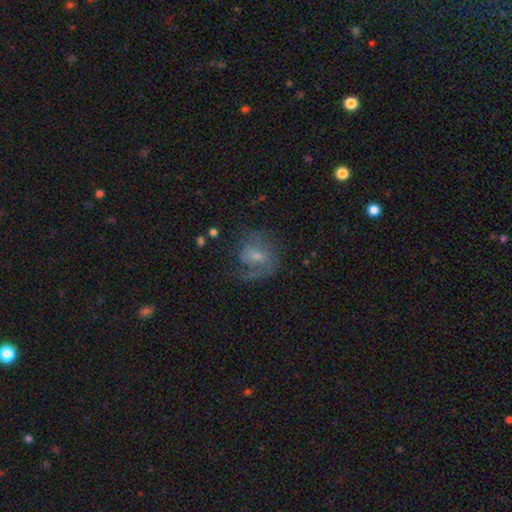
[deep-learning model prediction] smooth_or_featured: featured or disk (p=0.60) [alt: smooth p=0.31]
disk_edge_on: no (p=0.97) [alt: yes p=0.03]
bar: weak (p=0.48) [alt: no p=0.42]
has_spiral_arms: yes (p=0.79) [alt: no p=0.21]
bulge_size: small (p=0.45) [alt: moderate p=0.40]
merging: none (p=0.45) [alt: major disturbance p=0.32]